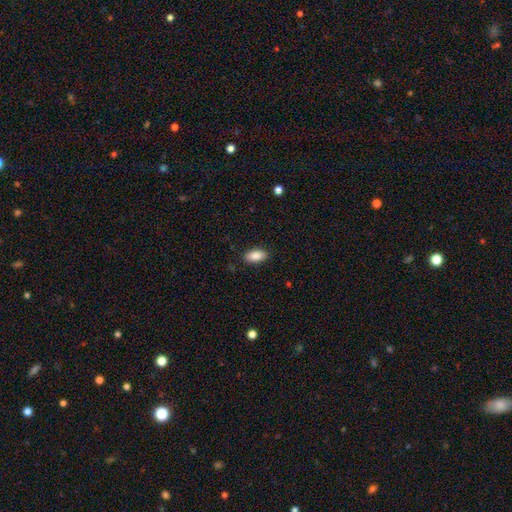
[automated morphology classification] A smooth galaxy with no disk features (88%) that is in between round and cigar-shaped (92%).

Vote fractions:
- Smooth or featured? smooth: 88% / star or artifact: 7% / featured or disk: 5%
- How rounded? in between: 92% / cigar-shaped: 5% / round: 3%
- Merging? none: 88% / minor disturbance: 9% / major disturbance: 2% / merger: 1%